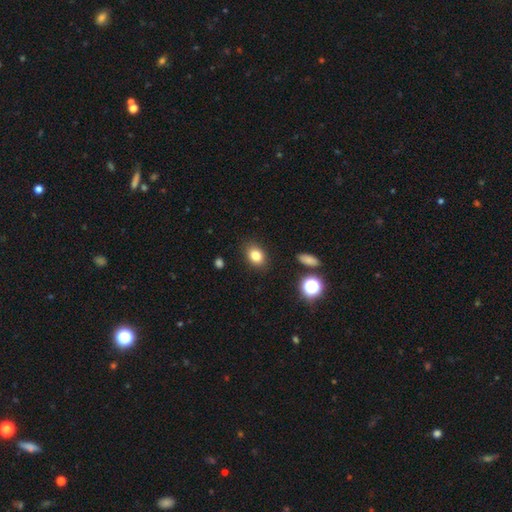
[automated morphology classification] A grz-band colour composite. It shows a smooth galaxy with no disk features (82%) that is in between round and cigar-shaped (65%). Merging: none (86%).